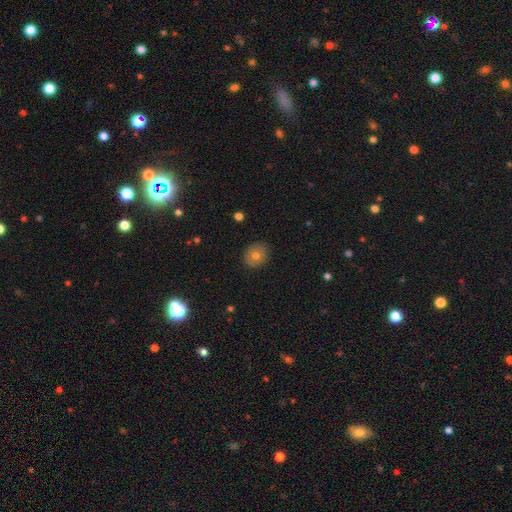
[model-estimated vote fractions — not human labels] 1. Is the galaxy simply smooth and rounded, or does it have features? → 71% smooth, 19% featured or disk, 10% star or artifact.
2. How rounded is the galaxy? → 70% round, 29% in between, 1% cigar-shaped.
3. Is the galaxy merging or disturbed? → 88% none, 9% minor disturbance, 2% major disturbance, 1% merger.